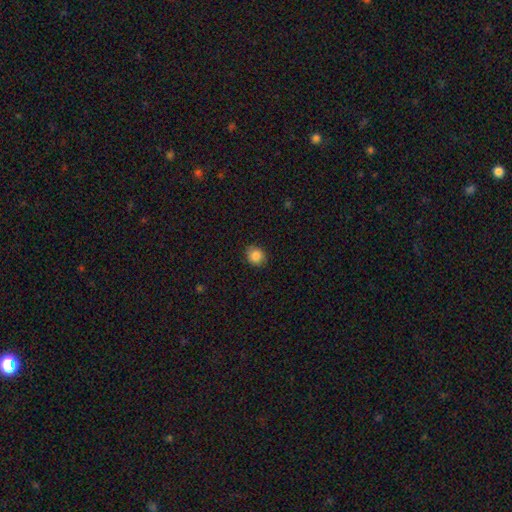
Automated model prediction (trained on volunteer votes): A smooth galaxy with no disk features (86%) that is round (63%). Merging: none (86%).